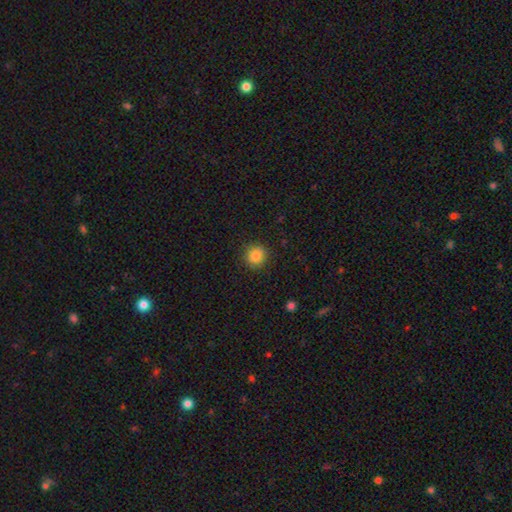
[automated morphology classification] type=smooth (84%); roundness=round (90%); merging=none (90%).